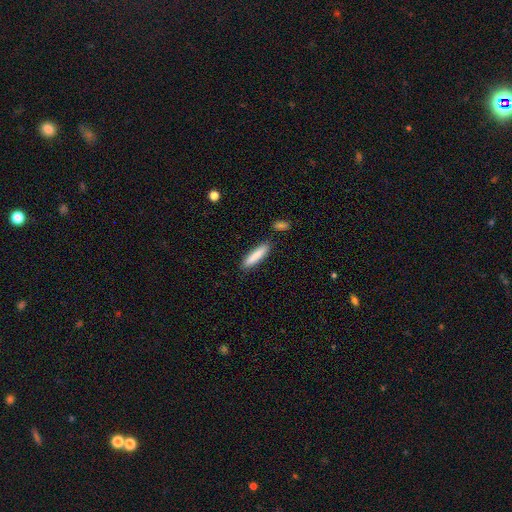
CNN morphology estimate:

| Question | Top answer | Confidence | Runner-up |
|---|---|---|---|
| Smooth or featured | smooth | 85% | featured or disk (9%) |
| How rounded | cigar-shaped | 84% | in between (15%) |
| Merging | none | 86% | minor disturbance (8%) |